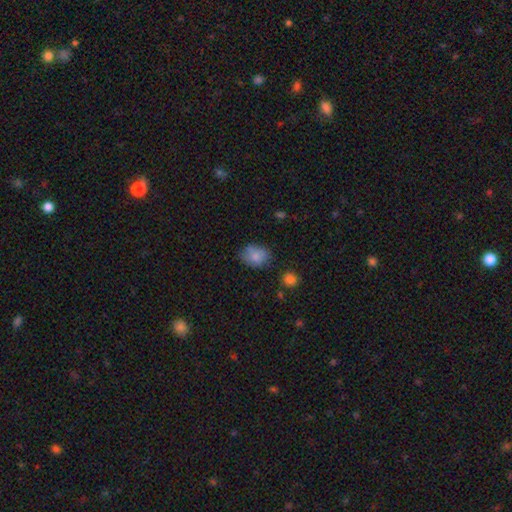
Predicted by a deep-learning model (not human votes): Smooth or featured? smooth (80%)
How rounded? in between (62%)
Merging? none (67%)